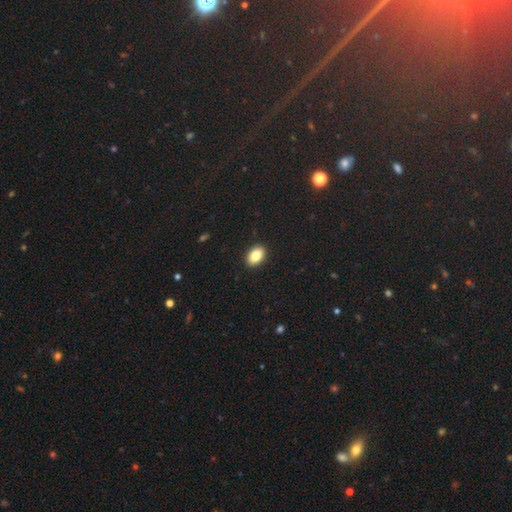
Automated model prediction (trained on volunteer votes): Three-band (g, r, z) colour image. It shows a smooth galaxy with no disk features (84%) that is in between round and cigar-shaped (86%). Merging: none (91%).